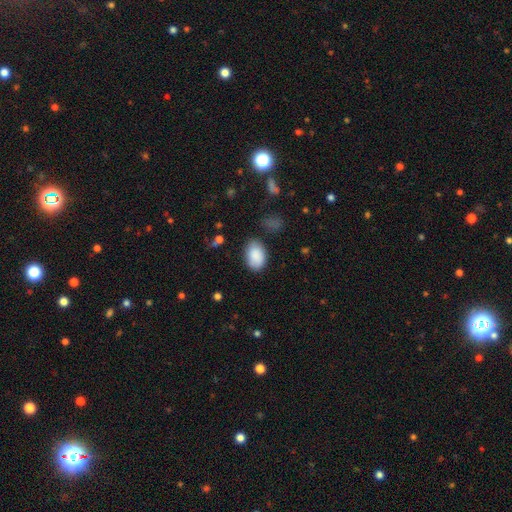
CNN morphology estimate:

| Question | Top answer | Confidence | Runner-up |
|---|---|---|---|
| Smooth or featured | smooth | 88% | star or artifact (7%) |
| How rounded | in between | 88% | round (10%) |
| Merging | none | 76% | minor disturbance (17%) |